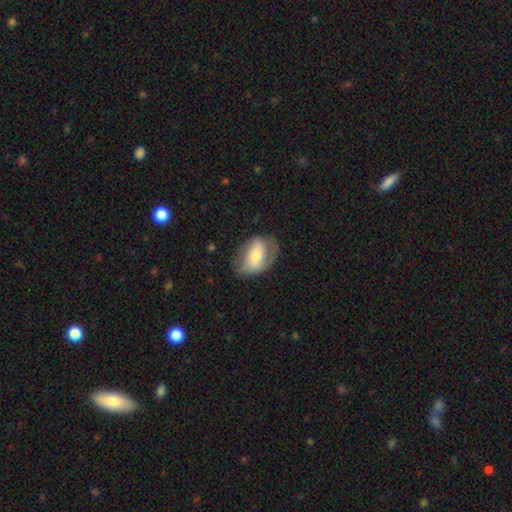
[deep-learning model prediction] smooth 50%, featured or disk 43%, star or artifact 7%. Down the decision tree: how rounded — in between (83%); merging — none (58%).